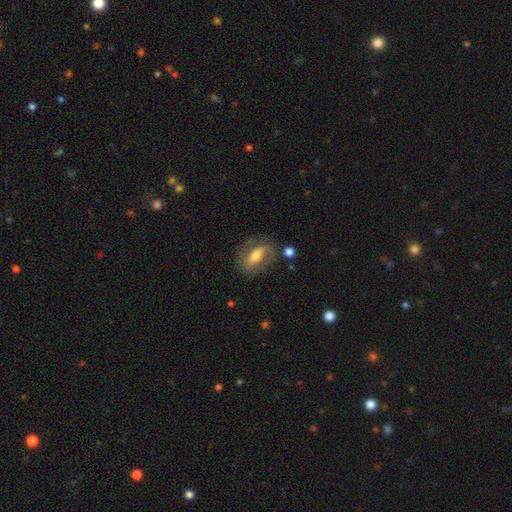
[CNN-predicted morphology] type=featured or disk (50%); merging=none (69%).